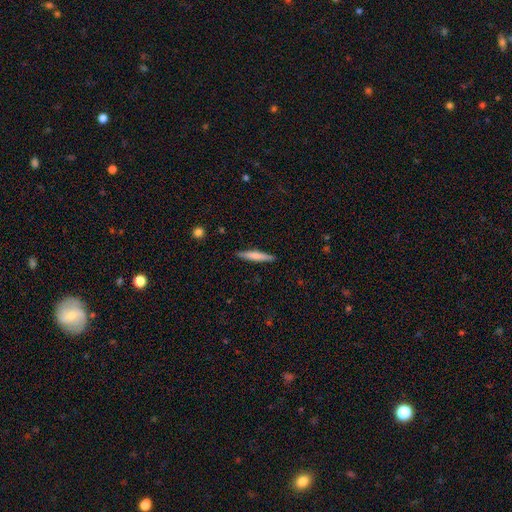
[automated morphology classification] type=smooth (67%); roundness=cigar-shaped (93%); merging=none (89%).